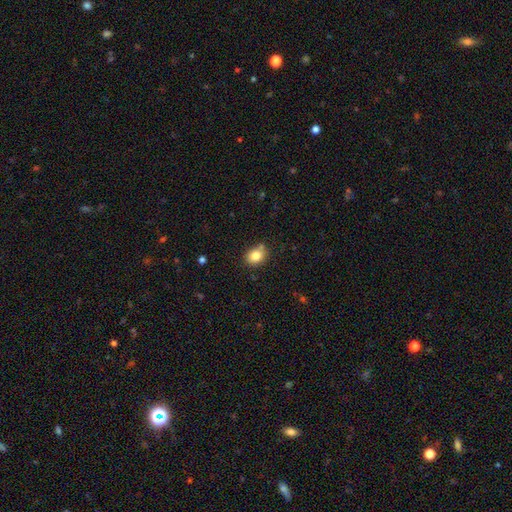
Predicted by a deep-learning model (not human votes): This is clearly a smooth galaxy (82%). How rounded: possibly round (52%). Merging: likely none (73%).